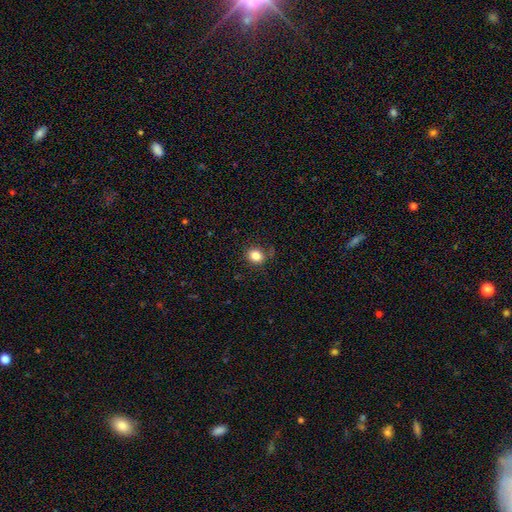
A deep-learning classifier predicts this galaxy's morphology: Smooth or featured? Predicted: smooth (p=0.83). How rounded? Predicted: round (p=0.73). Merging? Predicted: none (p=0.83).